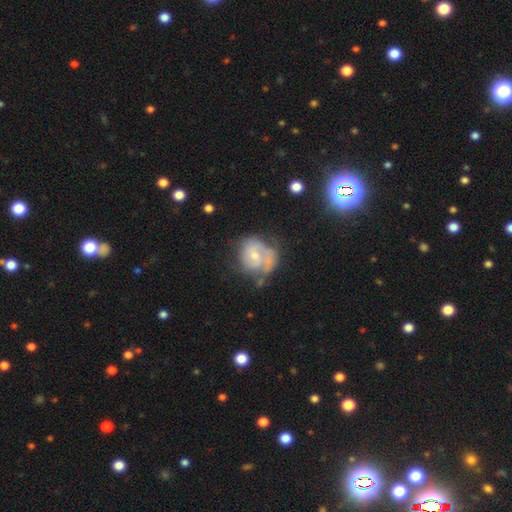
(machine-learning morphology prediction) type=featured or disk (63%); edge-on=no (98%); bar=no (68%); spiral arms=yes (72%); bulge=small (58%); merging=none (41%).